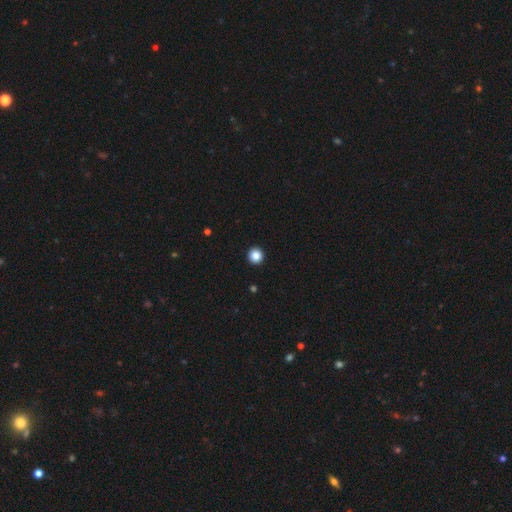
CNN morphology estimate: Smooth or featured? smooth (86%)
How rounded? round (96%)
Merging? none (95%)